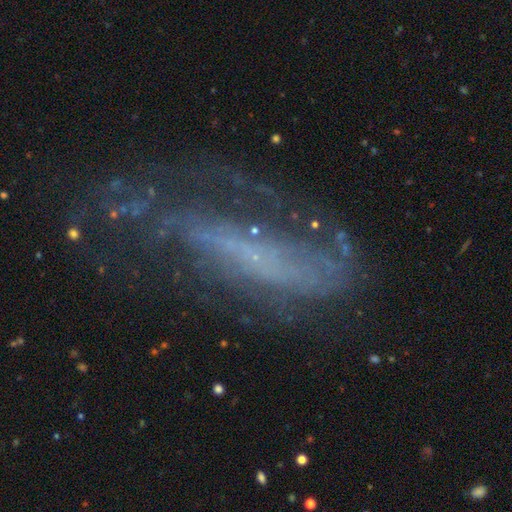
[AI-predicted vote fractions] Smooth or featured: featured or disk — 69% (smooth — 16%)
Edge-on disk: no — 80% (yes — 20%)
Bar: no — 52% (weak — 25%)
Spiral arms: yes — 64% (no — 36%)
Bulge size: none — 58% (small — 30%)
Merging: none — 38% (major disturbance — 37%)